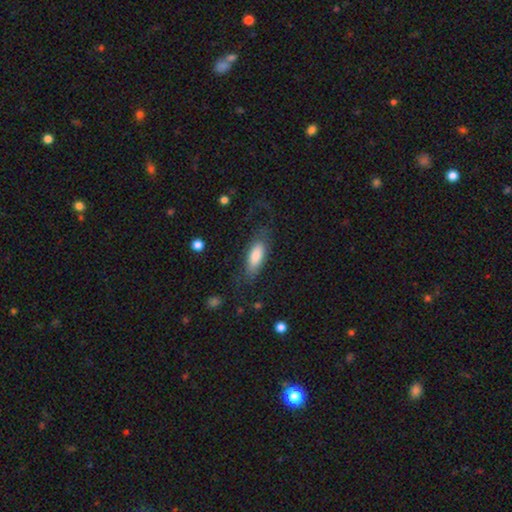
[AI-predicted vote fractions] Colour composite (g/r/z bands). It shows a smooth galaxy with no disk features (73%) that is in between round and cigar-shaped (71%). Merging: none (67%).